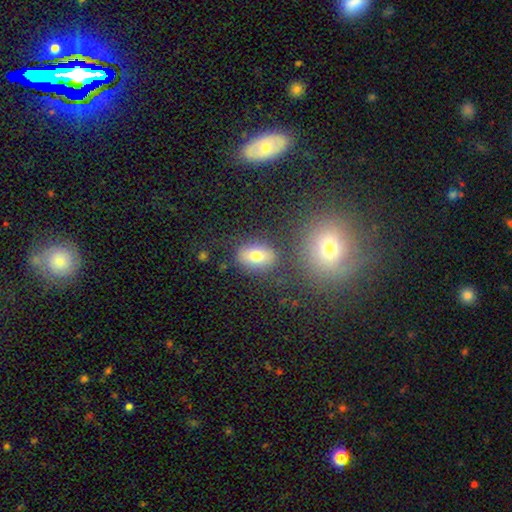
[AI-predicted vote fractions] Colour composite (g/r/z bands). It shows a smooth galaxy with no disk features (74%) that is in between round and cigar-shaped (78%). Merging: none (77%).